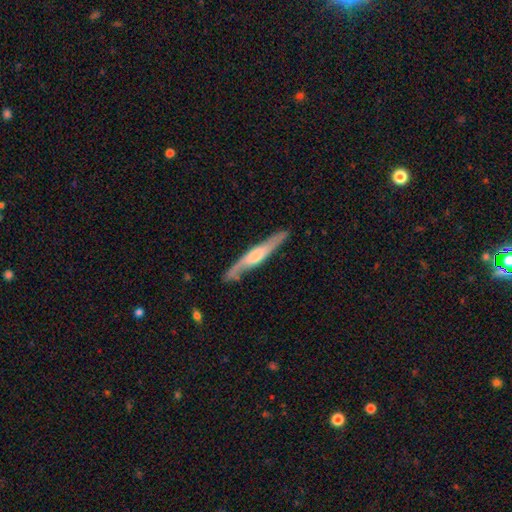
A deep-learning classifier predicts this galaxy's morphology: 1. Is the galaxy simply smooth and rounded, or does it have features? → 63% featured or disk, 32% smooth, 5% star or artifact.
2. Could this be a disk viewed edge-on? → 79% yes, 21% no.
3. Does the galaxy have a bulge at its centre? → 64% rounded, 20% none, 17% boxy.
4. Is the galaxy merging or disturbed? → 81% none, 14% minor disturbance, 3% major disturbance, 2% merger.